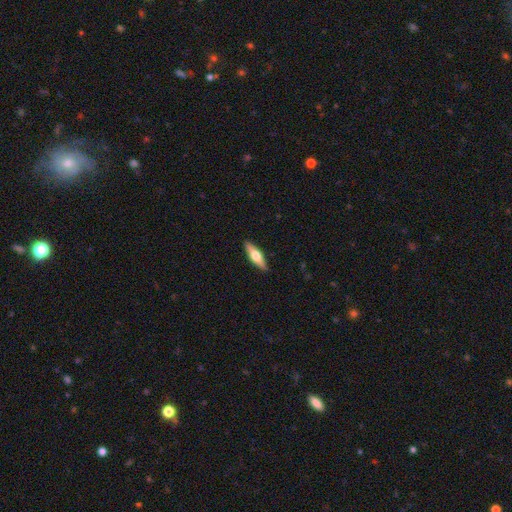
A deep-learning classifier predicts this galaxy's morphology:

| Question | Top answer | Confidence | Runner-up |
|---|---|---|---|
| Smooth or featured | featured or disk | 50% | smooth (45%) |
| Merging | none | 90% | minor disturbance (7%) |